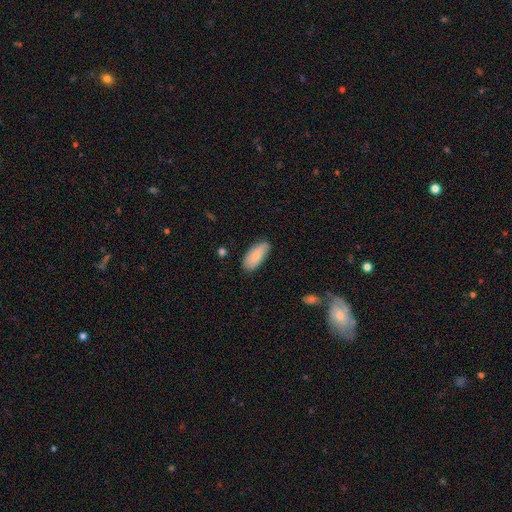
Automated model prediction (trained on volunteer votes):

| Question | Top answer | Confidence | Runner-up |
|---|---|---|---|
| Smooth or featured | smooth | 79% | featured or disk (14%) |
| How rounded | in between | 88% | cigar-shaped (10%) |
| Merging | none | 78% | minor disturbance (17%) |